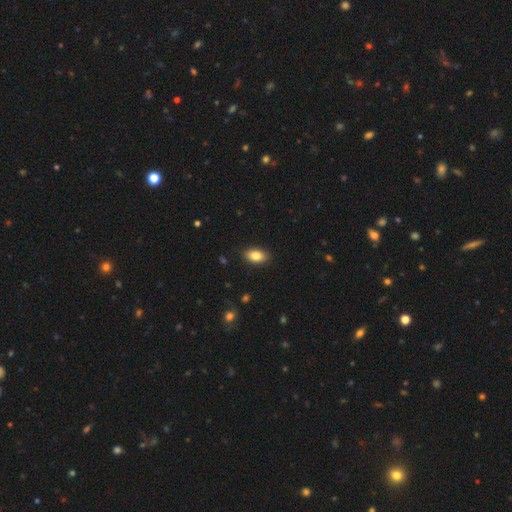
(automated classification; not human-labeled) This is clearly a smooth galaxy (84%). How rounded: clearly in between (91%). Merging: clearly none (87%).